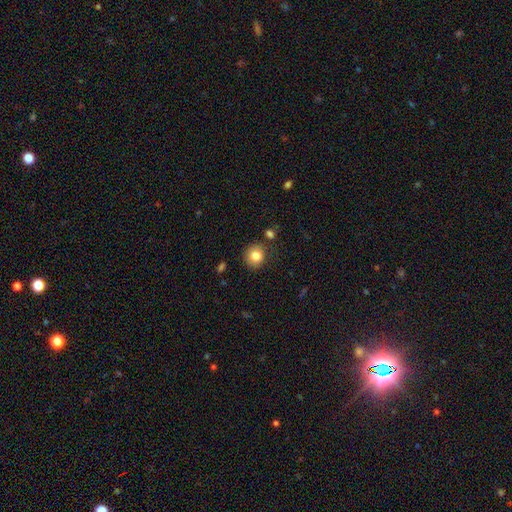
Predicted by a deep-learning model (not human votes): A smooth galaxy with no disk features (83%) that is round (87%).

Vote fractions:
- Smooth or featured? smooth: 83% / star or artifact: 10% / featured or disk: 8%
- How rounded? round: 87% / in between: 12% / cigar-shaped: 1%
- Merging? none: 84% / minor disturbance: 9% / merger: 3% / major disturbance: 3%